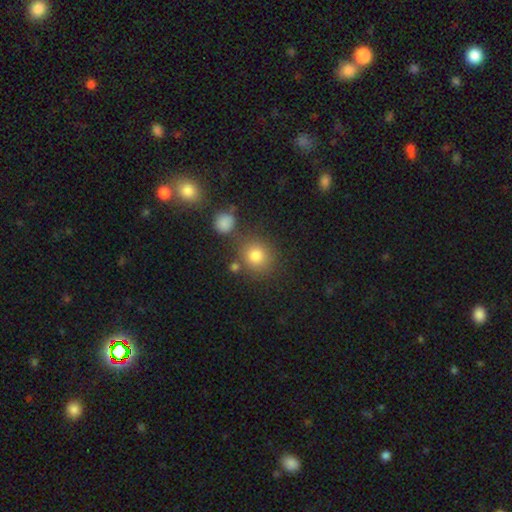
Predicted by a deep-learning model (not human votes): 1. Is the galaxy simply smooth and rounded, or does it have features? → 80% smooth, 13% star or artifact, 8% featured or disk.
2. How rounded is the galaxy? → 85% round, 14% in between, 1% cigar-shaped.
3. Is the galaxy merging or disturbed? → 72% none, 12% minor disturbance, 11% merger, 5% major disturbance.